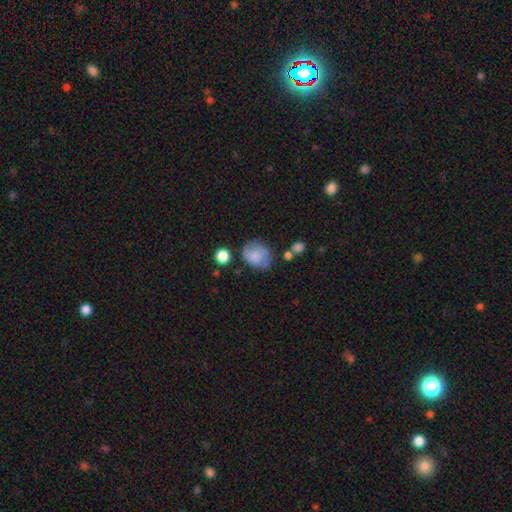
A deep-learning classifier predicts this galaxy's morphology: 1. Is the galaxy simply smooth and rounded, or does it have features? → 68% smooth, 23% featured or disk, 9% star or artifact.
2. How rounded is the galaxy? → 60% round, 39% in between, 1% cigar-shaped.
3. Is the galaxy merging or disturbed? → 56% none, 26% minor disturbance, 12% major disturbance, 6% merger.